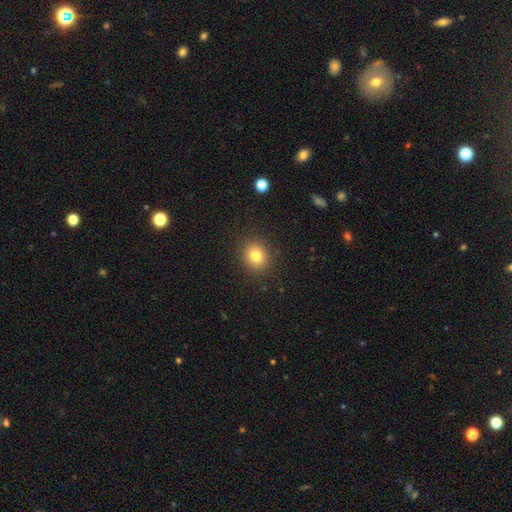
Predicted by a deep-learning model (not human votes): This appears to be a smooth galaxy with no disk features (80%) that is round (78%). Merging: none (89%).